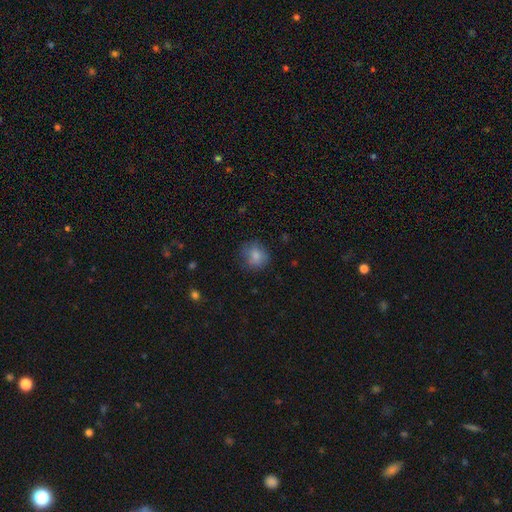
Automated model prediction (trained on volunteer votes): Smooth or featured? Predicted: smooth (p=0.81). How rounded? Predicted: round (p=0.80). Merging? Predicted: none (p=0.76).